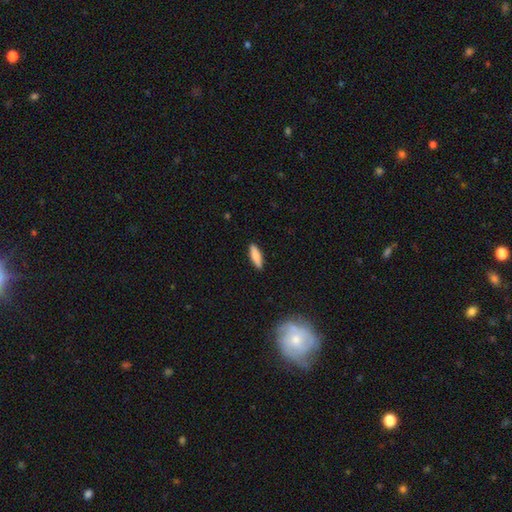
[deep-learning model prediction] smooth_or_featured: smooth (p=0.76) [alt: featured or disk p=0.18]
how_rounded: cigar-shaped (p=0.61) [alt: in between p=0.37]
merging: none (p=0.89) [alt: minor disturbance p=0.08]